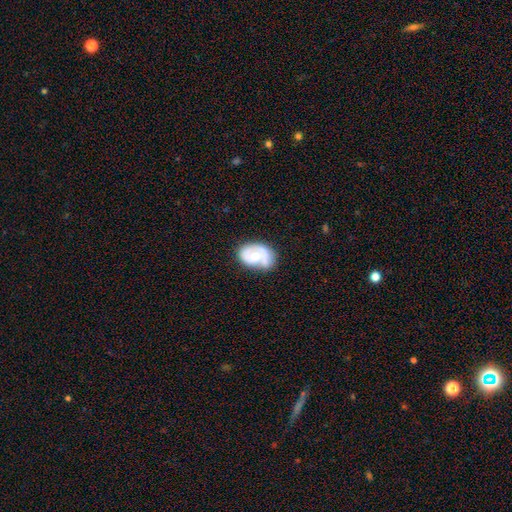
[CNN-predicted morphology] Q: Smooth or featured?
A: featured or disk (60%); runner-up: smooth (34%)
Q: Edge-on disk?
A: no (97%); runner-up: yes (3%)
Q: Bar?
A: no (74%); runner-up: weak (21%)
Q: Spiral arms?
A: yes (69%); runner-up: no (31%)
Q: Bulge size?
A: moderate (62%); runner-up: small (29%)
Q: Merging?
A: none (53%); runner-up: minor disturbance (29%)